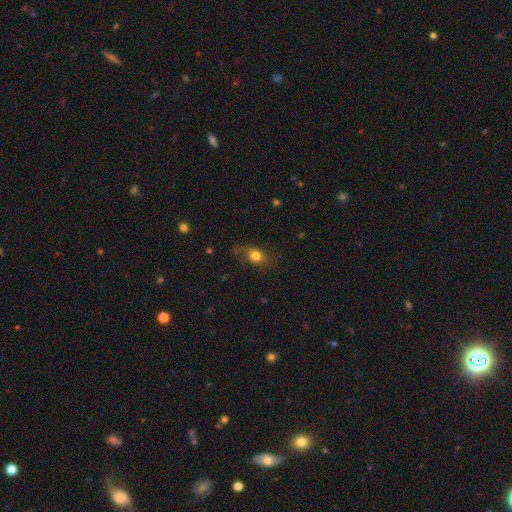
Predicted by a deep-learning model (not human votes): Smooth or featured? Predicted: smooth (p=0.69). How rounded? Predicted: round (p=0.53). Merging? Predicted: none (p=0.59).